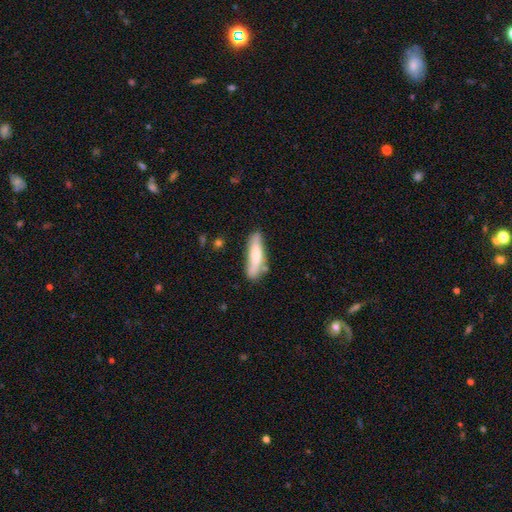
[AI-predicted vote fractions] Smooth or featured? Predicted: smooth (p=0.66). How rounded? Predicted: cigar-shaped (p=0.67). Merging? Predicted: none (p=0.70).